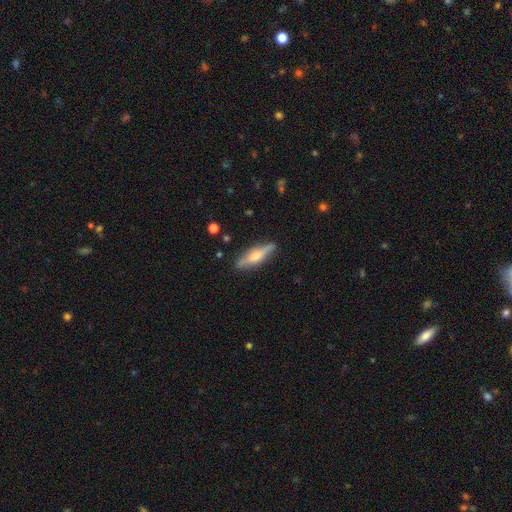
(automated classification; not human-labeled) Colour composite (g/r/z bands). It shows a featured or disk galaxy (60%) viewed edge-on (93%) with a rounded central bulge (89%). Merging: none (86%).